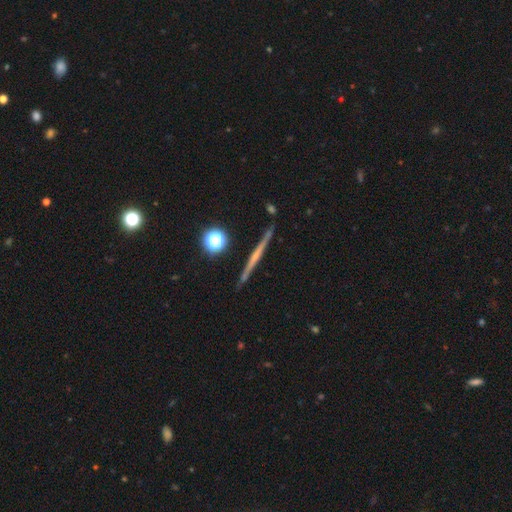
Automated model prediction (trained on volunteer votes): Smooth or featured?
  - featured or disk: 63% *
  - smooth: 28%
  - star or artifact: 9%
Edge-on disk?
  - yes: 98% *
  - no: 2%
Edge-on bulge?
  - none: 71% *
  - rounded: 22%
  - boxy: 7%
Merging?
  - none: 89% *
  - minor disturbance: 7%
  - merger: 2%
  - major disturbance: 2%